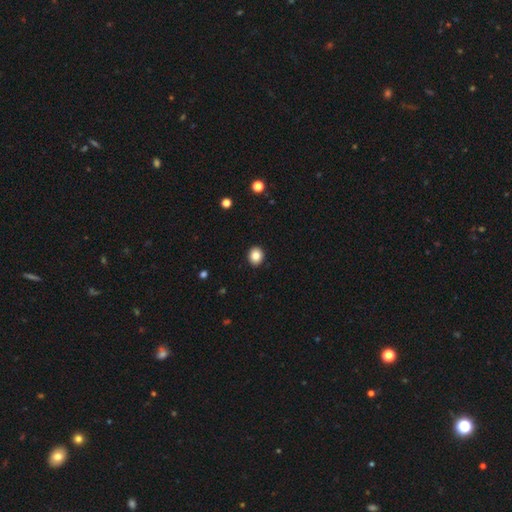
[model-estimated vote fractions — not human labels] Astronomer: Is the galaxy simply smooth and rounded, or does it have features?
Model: smooth — 85%.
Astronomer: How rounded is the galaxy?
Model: round — 66%.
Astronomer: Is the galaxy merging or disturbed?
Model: none — 92%.